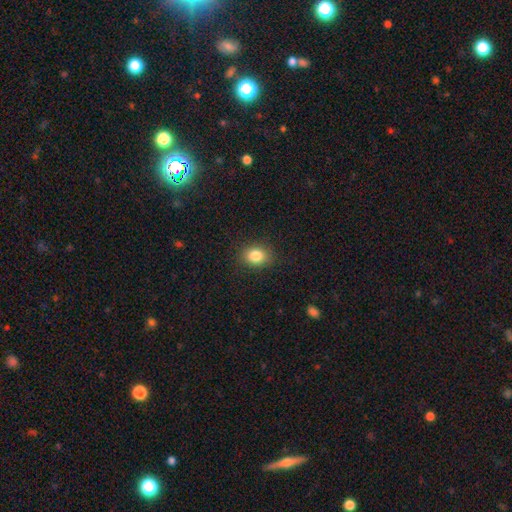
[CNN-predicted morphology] Smooth or featured: smooth — 84% (star or artifact — 10%)
How rounded: in between — 50% (round — 49%)
Merging: none — 87% (minor disturbance — 9%)